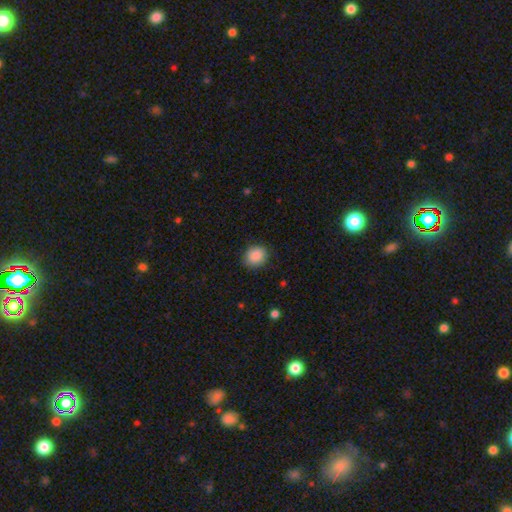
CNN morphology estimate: smooth-or-featured: smooth: 88% | star or artifact: 8% | featured or disk: 4%
  how-rounded: round: 67% | in between: 32% | cigar-shaped: 1%
  merging: none: 86% | minor disturbance: 11% | major disturbance: 3% | merger: 1%